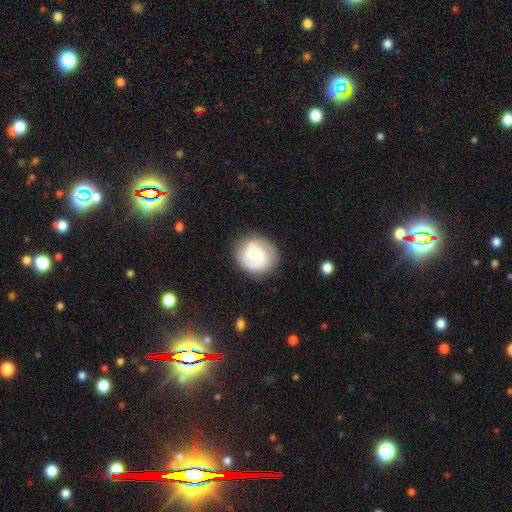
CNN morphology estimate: smooth_or_featured: smooth (p=0.55) [alt: featured or disk p=0.38]
how_rounded: round (p=0.82) [alt: in between p=0.17]
merging: none (p=0.73) [alt: minor disturbance p=0.17]